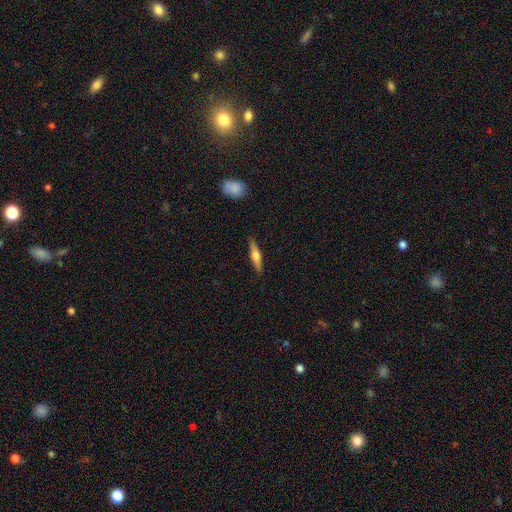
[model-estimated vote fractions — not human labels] Smooth or featured? featured or disk (53%)
Edge-on disk? yes (96%)
Edge-on bulge? rounded (90%)
Merging? none (90%)